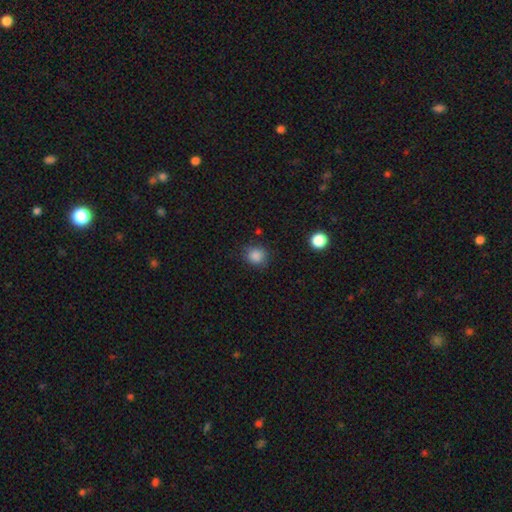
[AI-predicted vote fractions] This is clearly a smooth galaxy (86%). How rounded: clearly round (83%). Merging: clearly none (80%).